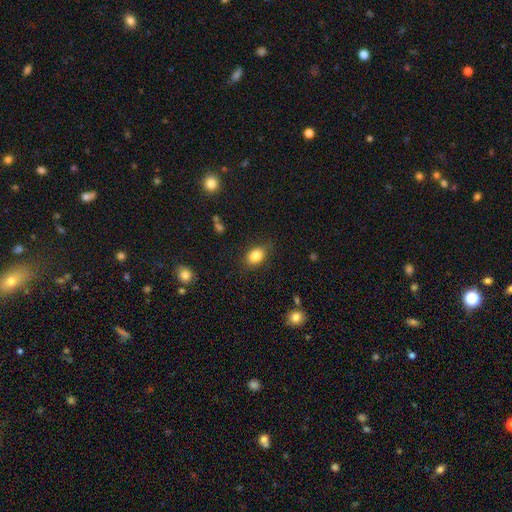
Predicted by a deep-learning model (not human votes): Smooth or featured: smooth — 85% (star or artifact — 9%)
How rounded: in between — 76% (round — 22%)
Merging: none — 82% (minor disturbance — 13%)